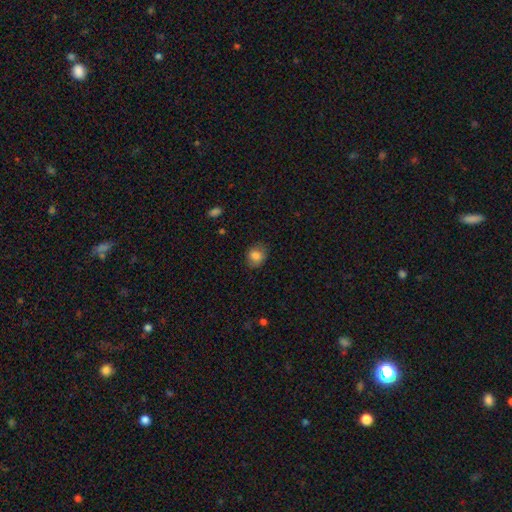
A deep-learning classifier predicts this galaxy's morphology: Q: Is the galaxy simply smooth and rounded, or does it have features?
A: smooth — 83%.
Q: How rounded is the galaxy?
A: round — 56%.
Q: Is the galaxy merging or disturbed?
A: none — 78%.